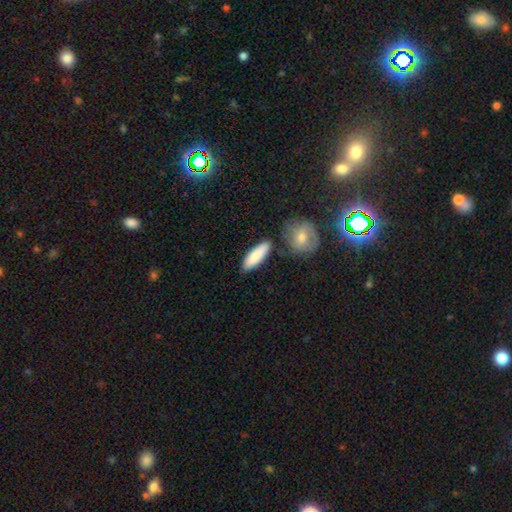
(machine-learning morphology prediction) Smooth or featured? Predicted: smooth (p=0.84). How rounded? Predicted: in between (p=0.51). Merging? Predicted: none (p=0.75).